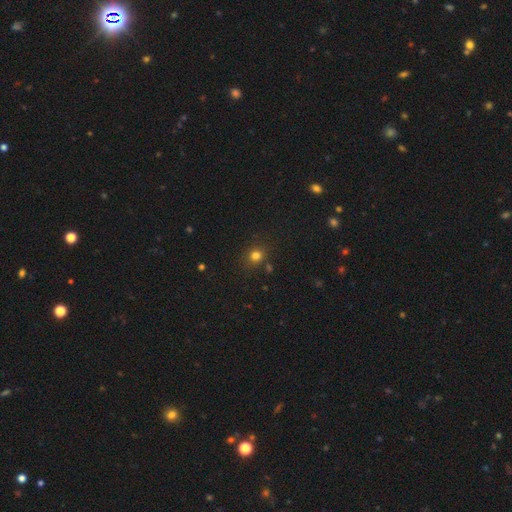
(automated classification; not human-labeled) Smooth or featured? Predicted: smooth (p=0.78). How rounded? Predicted: round (p=0.76). Merging? Predicted: none (p=0.80).